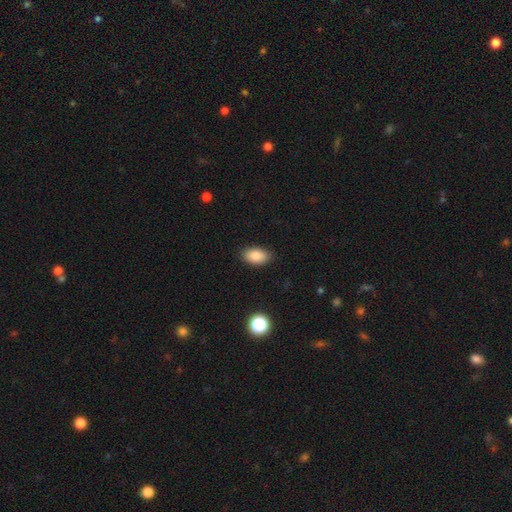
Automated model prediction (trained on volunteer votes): smooth_or_featured: smooth (p=0.85) [alt: star or artifact p=0.08]
how_rounded: in between (p=0.93) [alt: round p=0.05]
merging: none (p=0.88) [alt: minor disturbance p=0.09]